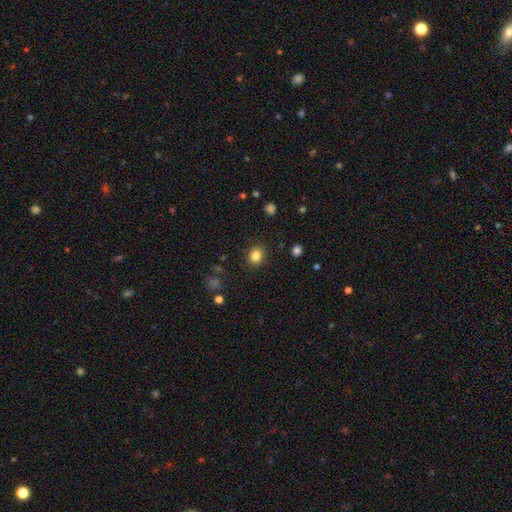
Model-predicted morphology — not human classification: This appears to be a smooth galaxy with no disk features (83%) that is round (62%). Merging: none (88%).